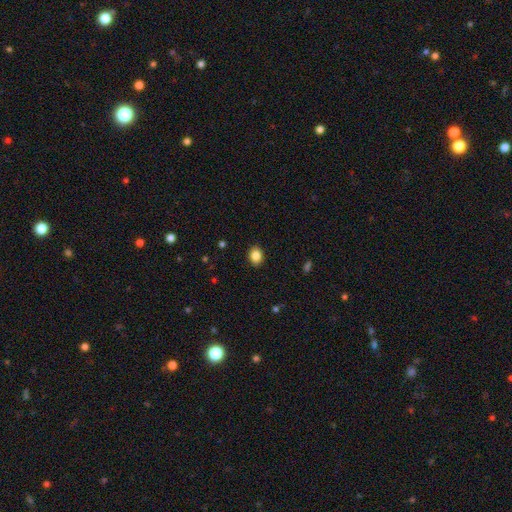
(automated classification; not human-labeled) This appears to be a smooth galaxy with no disk features (86%) that is in between round and cigar-shaped (58%). Merging: none (90%).